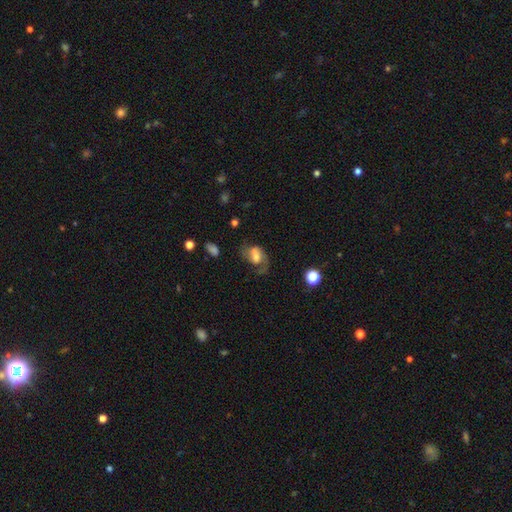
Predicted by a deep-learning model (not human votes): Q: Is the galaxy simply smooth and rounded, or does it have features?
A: featured or disk — 60%.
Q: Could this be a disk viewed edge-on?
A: no — 96%.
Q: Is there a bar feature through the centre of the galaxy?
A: weak — 44%.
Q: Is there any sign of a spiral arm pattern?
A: yes — 84%.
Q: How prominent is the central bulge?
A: moderate — 47%.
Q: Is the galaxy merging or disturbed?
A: none — 50%.